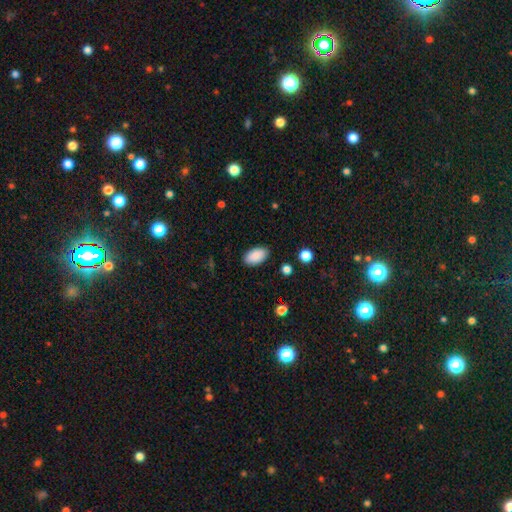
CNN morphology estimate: Smooth or featured?
  - smooth: 89% *
  - star or artifact: 7%
  - featured or disk: 4%
How rounded?
  - in between: 95% *
  - round: 3%
  - cigar-shaped: 2%
Merging?
  - none: 88% *
  - minor disturbance: 9%
  - major disturbance: 2%
  - merger: 1%